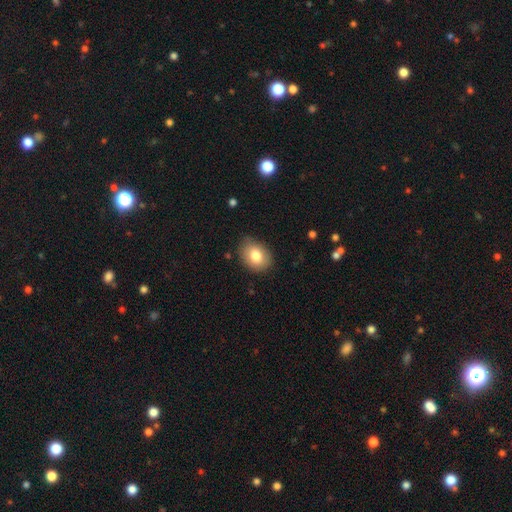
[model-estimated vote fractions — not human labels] Smooth or featured: smooth — 81% (featured or disk — 11%)
How rounded: in between — 63% (round — 36%)
Merging: none — 79% (minor disturbance — 16%)